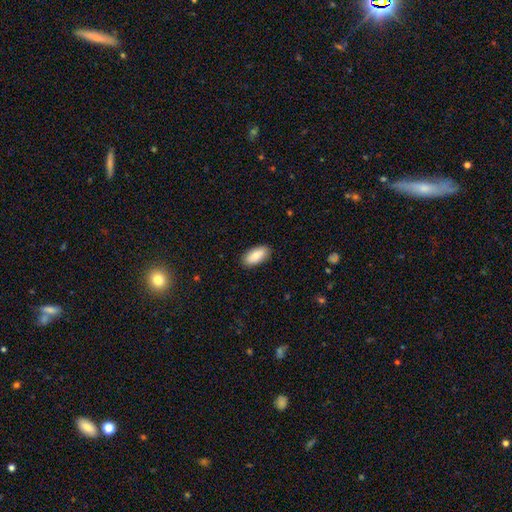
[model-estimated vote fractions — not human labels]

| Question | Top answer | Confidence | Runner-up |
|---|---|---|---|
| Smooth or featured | smooth | 84% | featured or disk (9%) |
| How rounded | in between | 93% | cigar-shaped (5%) |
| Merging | none | 89% | minor disturbance (9%) |